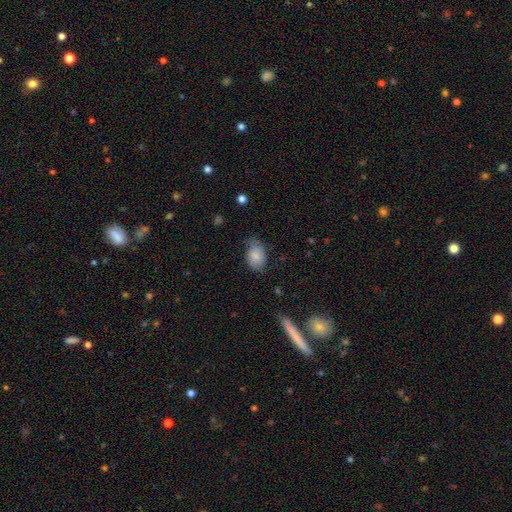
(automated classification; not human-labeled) smooth-or-featured: smooth: 81% | featured or disk: 12% | star or artifact: 7%
  how-rounded: in between: 84% | round: 15% | cigar-shaped: 1%
  merging: none: 61% | minor disturbance: 30% | major disturbance: 8% | merger: 2%